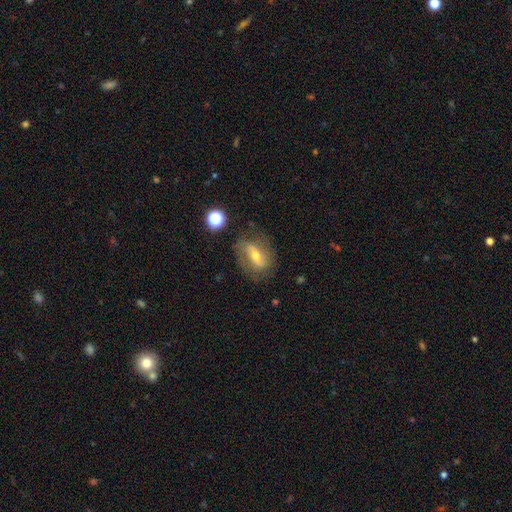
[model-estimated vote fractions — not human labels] A featured or disk galaxy (65%) with a strong bar (42%), spiral arms (74%) and a moderate central bulge (51%). Merging: none (67%).